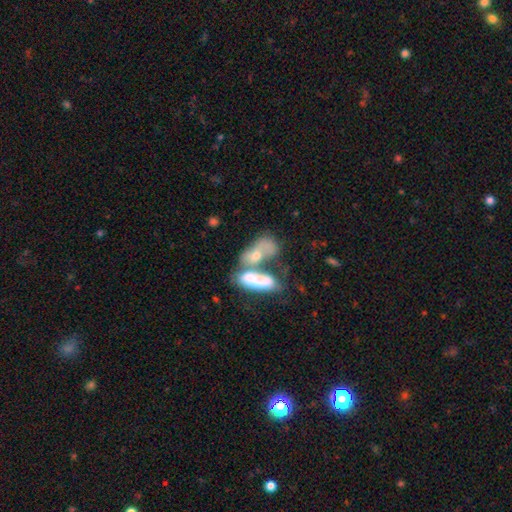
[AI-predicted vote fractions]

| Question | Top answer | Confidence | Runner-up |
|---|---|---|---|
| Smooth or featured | smooth | 60% | featured or disk (32%) |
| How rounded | in between | 75% | cigar-shaped (17%) |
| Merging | merger | 71% | none (12%) |